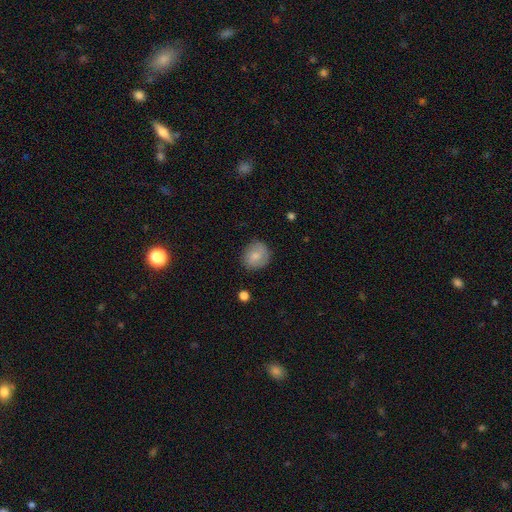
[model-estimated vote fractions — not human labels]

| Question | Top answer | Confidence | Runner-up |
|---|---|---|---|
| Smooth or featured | smooth | 74% | featured or disk (19%) |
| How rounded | round | 79% | in between (20%) |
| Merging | none | 81% | minor disturbance (14%) |